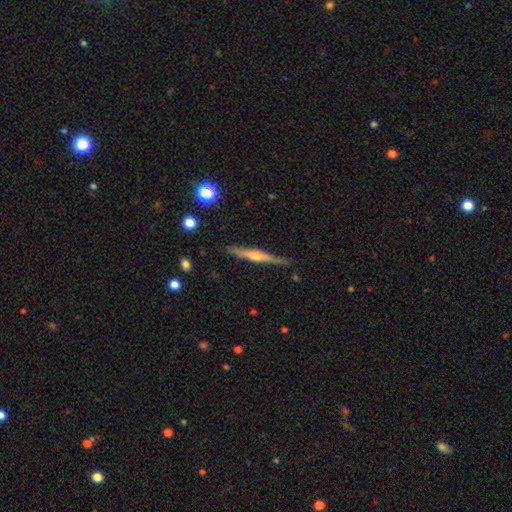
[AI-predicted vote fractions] A featured or disk galaxy (76%) viewed edge-on (98%) with a rounded central bulge (83%).

Vote fractions:
- Smooth or featured? featured or disk: 76% / smooth: 17% / star or artifact: 6%
- Edge-on disk? yes: 98% / no: 2%
- Edge-on bulge? rounded: 83% / none: 9% / boxy: 8%
- Merging? none: 88% / minor disturbance: 9% / major disturbance: 2% / merger: 1%